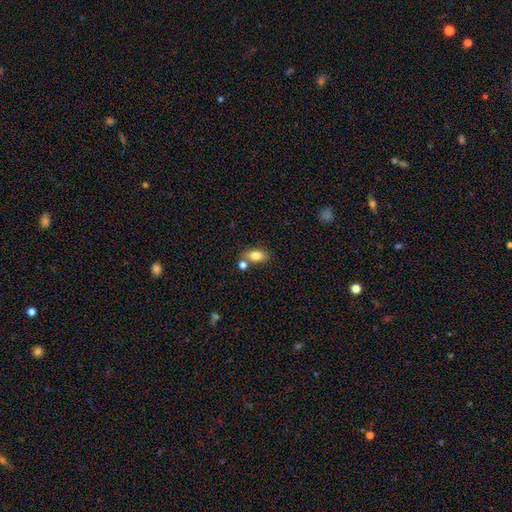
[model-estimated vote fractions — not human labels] Overall: smooth (80%). How rounded: in between (86%). Merging: none (68%).